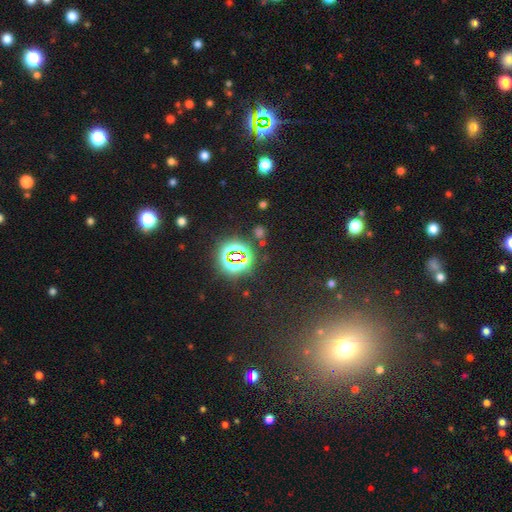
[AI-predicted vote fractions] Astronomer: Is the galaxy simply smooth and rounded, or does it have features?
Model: star or artifact — 68%.